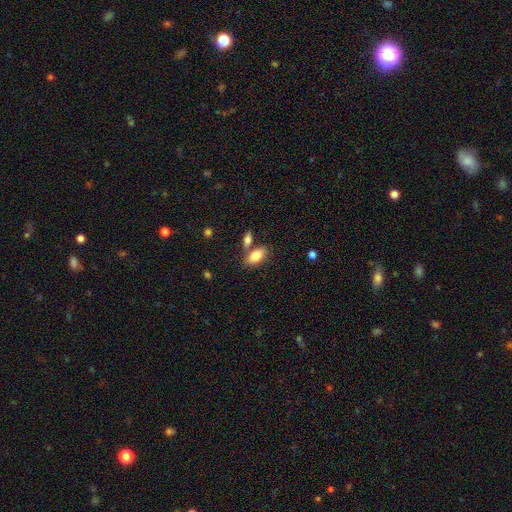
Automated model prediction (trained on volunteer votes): smooth 82%, featured or disk 11%, star or artifact 7%. Down the decision tree: how rounded — in between (90%); merging — none (64%).